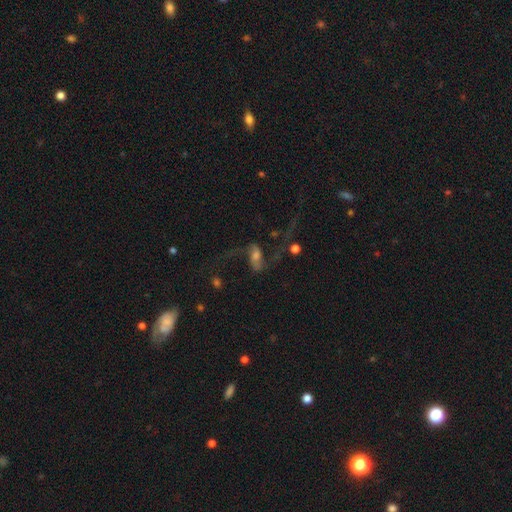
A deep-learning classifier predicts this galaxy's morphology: Overall: featured or disk (75%). Edge-on disk: no (91%). Bar: weak (40%; no 33%). Spiral arms: yes (91%). Spiral arm count: 2 (92%). Spiral winding: loose (88%). Bulge size: moderate (48%; small 32%). Merging: none (56%; major disturbance 26%).